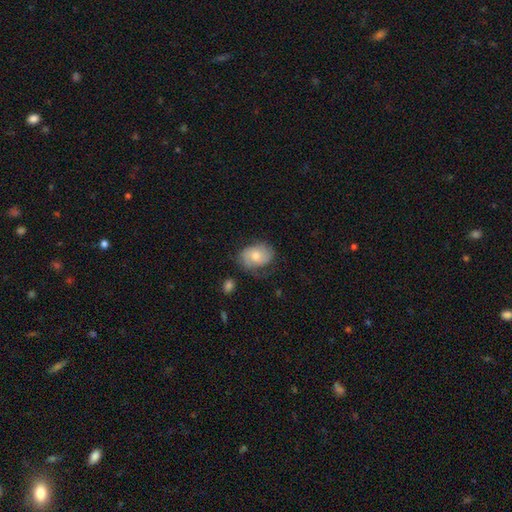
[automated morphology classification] Q: Smooth or featured?
A: smooth (61%); runner-up: featured or disk (32%)
Q: How rounded?
A: in between (68%); runner-up: round (31%)
Q: Merging?
A: none (55%); runner-up: minor disturbance (29%)